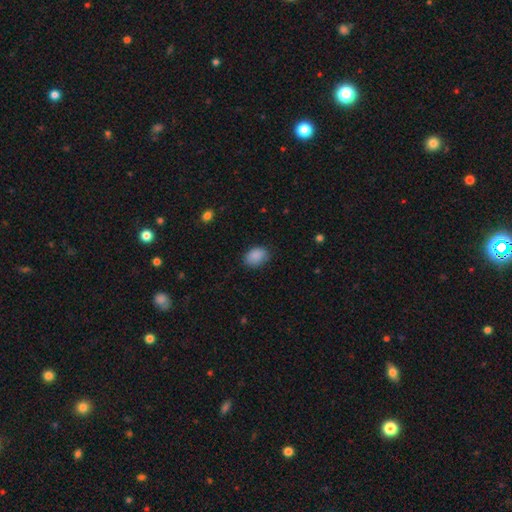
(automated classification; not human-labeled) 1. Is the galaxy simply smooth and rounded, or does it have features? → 89% smooth, 8% star or artifact, 4% featured or disk.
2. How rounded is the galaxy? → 76% in between, 23% round, 1% cigar-shaped.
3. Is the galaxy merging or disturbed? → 78% none, 18% minor disturbance, 3% major disturbance, 1% merger.